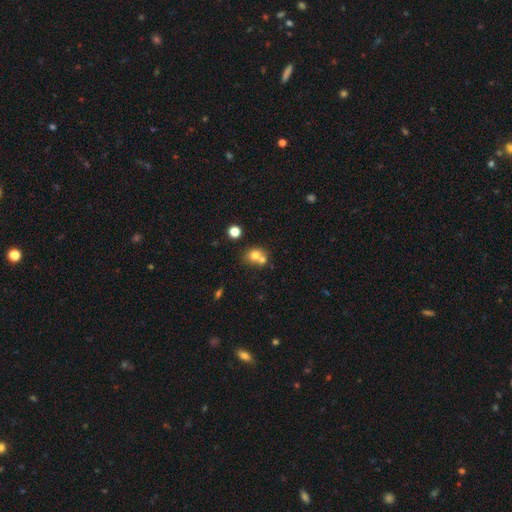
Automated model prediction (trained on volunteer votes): Smooth or featured?
  - smooth: 71% *
  - featured or disk: 16%
  - star or artifact: 13%
How rounded?
  - round: 72% *
  - in between: 27%
  - cigar-shaped: 1%
Merging?
  - merger: 50% *
  - none: 39%
  - minor disturbance: 7%
  - major disturbance: 3%